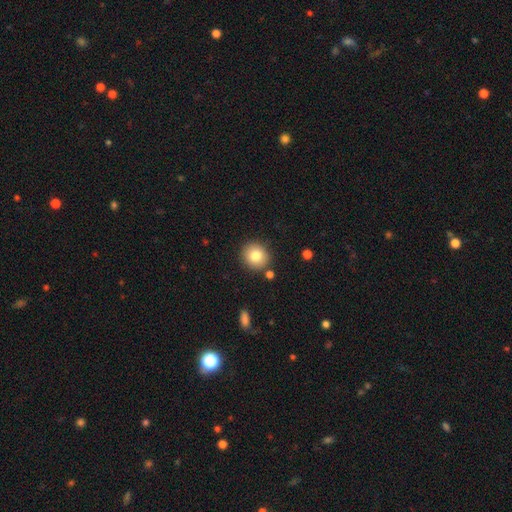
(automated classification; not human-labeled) smooth 79%, featured or disk 11%, star or artifact 10%. Down the decision tree: how rounded — round (89%); merging — none (86%).